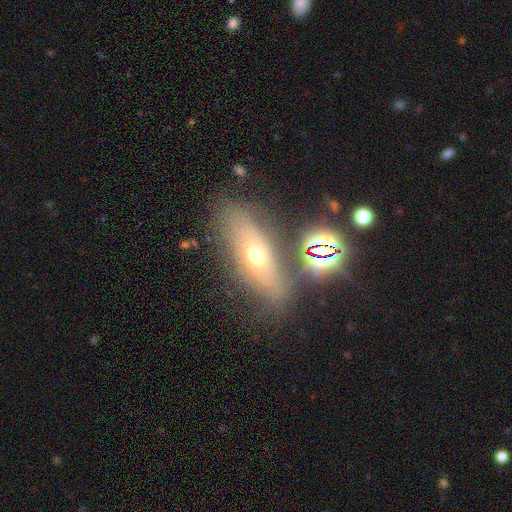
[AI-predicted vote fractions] Q: Smooth or featured?
A: featured or disk (43%); runner-up: smooth (38%)
Q: Merging?
A: none (68%); runner-up: minor disturbance (17%)